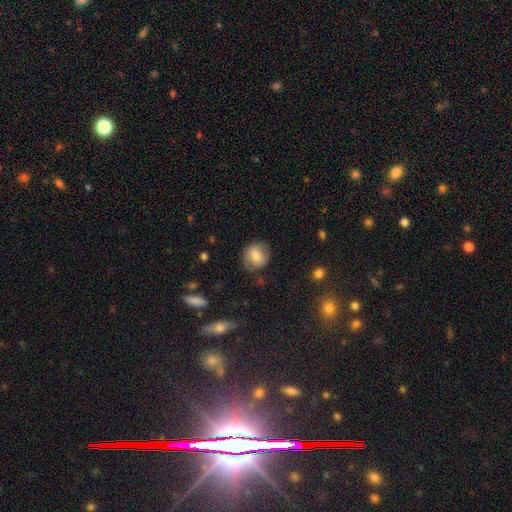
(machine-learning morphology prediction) Smooth or featured: smooth — 76% (featured or disk — 15%)
How rounded: round — 84% (in between — 15%)
Merging: none — 80% (minor disturbance — 14%)